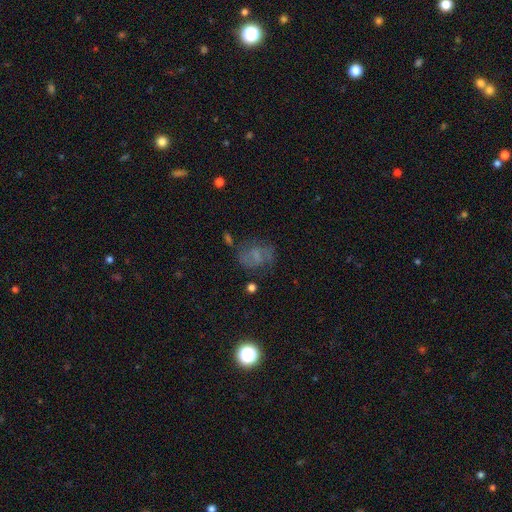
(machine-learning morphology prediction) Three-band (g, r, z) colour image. It shows a featured or disk galaxy (53%) with no bar (49%), spiral arms (77%) and no central bulge (48%). Merging: none (60%).